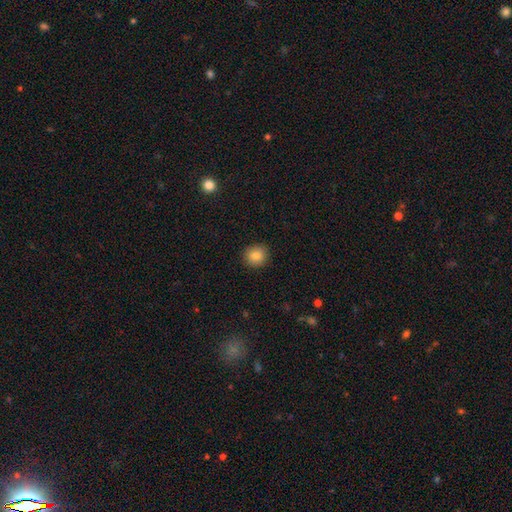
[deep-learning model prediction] Smooth or featured? smooth (84%)
How rounded? round (89%)
Merging? none (91%)